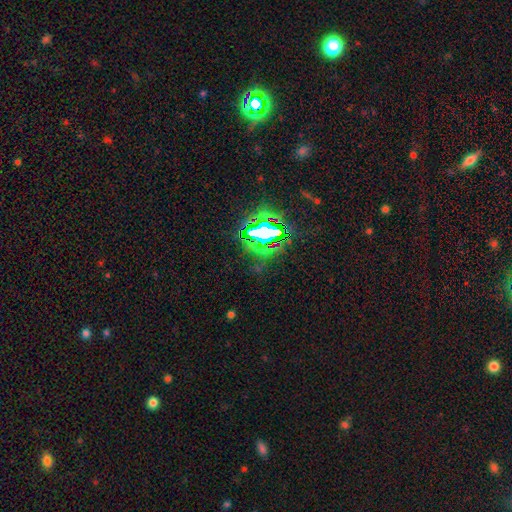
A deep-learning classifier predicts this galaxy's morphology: Overall: star or artifact (82%).